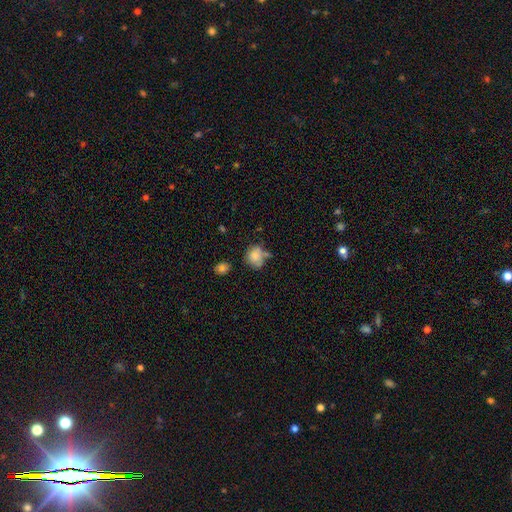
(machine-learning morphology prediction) Overall: smooth (77%). How rounded: round (64%; in between 35%). Merging: none (44%; minor disturbance 25%).